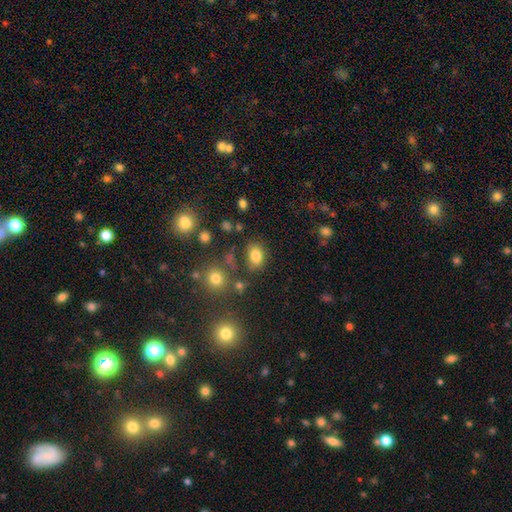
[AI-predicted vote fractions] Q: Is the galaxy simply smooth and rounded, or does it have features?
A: smooth — 80%.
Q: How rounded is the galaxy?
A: in between — 72%.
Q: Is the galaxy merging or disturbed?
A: none — 72%.